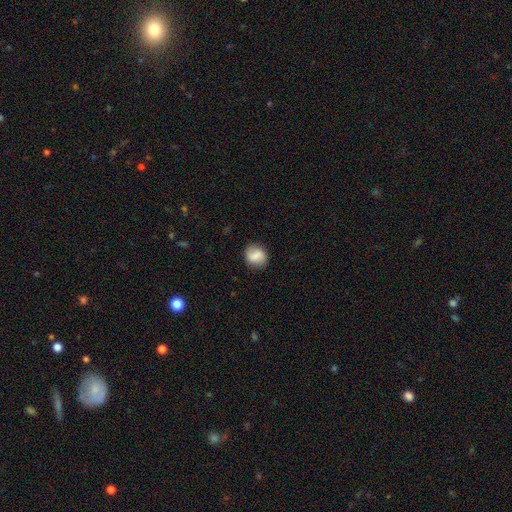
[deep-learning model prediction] Smooth or featured? smooth (71%)
How rounded? round (76%)
Merging? none (82%)